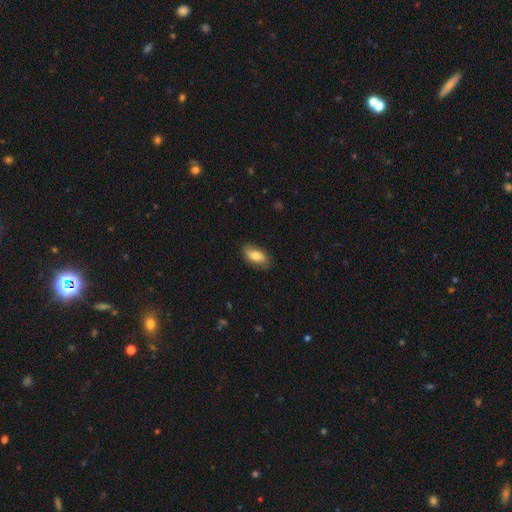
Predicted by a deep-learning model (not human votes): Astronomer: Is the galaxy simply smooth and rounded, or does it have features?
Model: smooth — 76%.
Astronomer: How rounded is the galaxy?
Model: in between — 88%.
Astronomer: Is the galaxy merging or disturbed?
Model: none — 83%.